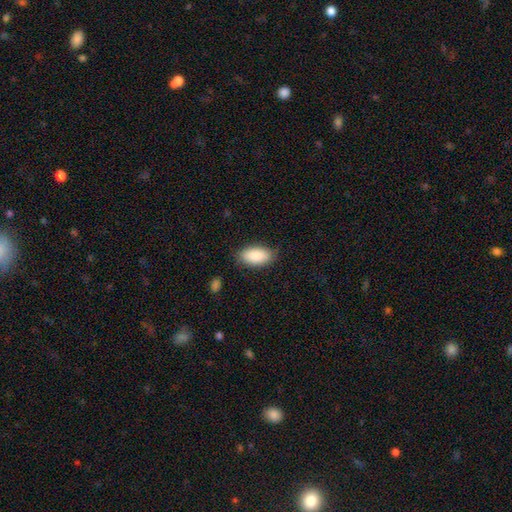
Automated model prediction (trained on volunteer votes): Morphology: type=smooth (89%); roundness=in between (94%); merging=none (82%).